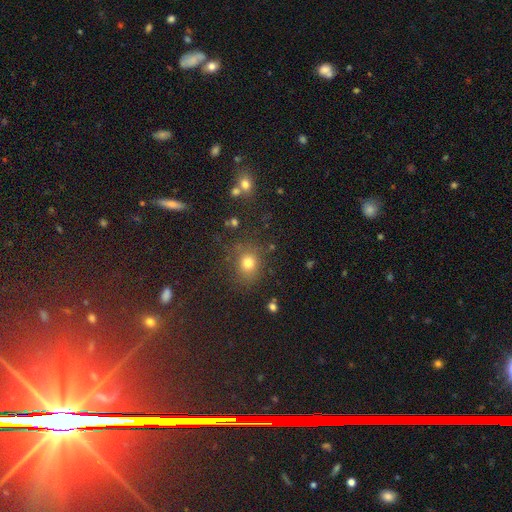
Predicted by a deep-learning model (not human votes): Smooth or featured? Predicted: smooth (p=0.59). How rounded? Predicted: round (p=0.69). Merging? Predicted: none (p=0.81).